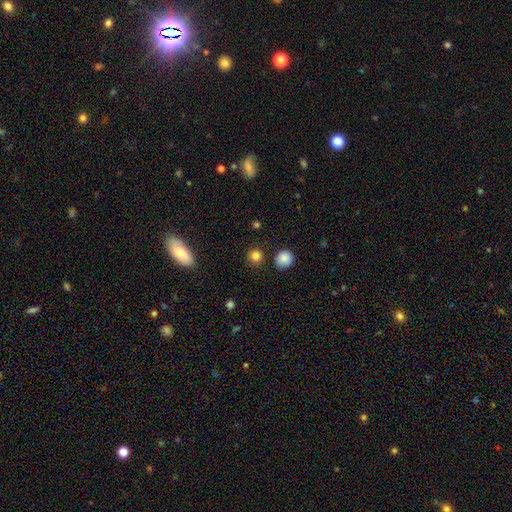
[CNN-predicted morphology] This appears to be a smooth galaxy with no disk features (84%) that is round (89%). Merging: none (86%).